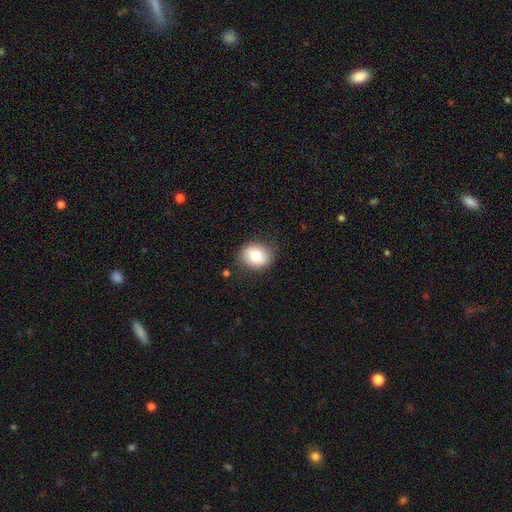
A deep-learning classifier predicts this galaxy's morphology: Q: Smooth or featured?
A: smooth (76%); runner-up: featured or disk (16%)
Q: How rounded?
A: round (63%); runner-up: in between (36%)
Q: Merging?
A: none (82%); runner-up: minor disturbance (13%)